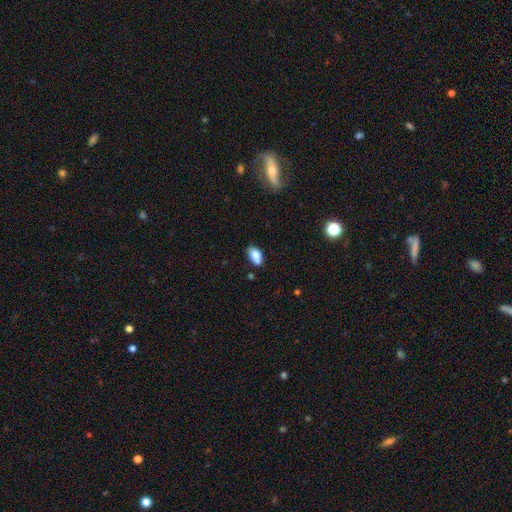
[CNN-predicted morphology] smooth 82%, featured or disk 9%, star or artifact 8%. Down the decision tree: how rounded — in between (92%); merging — none (67%).